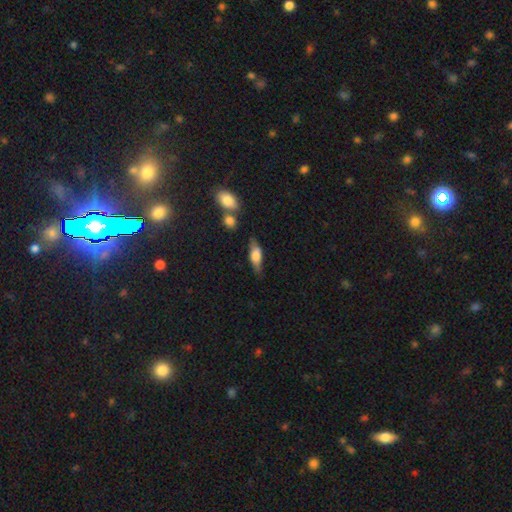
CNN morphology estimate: Smooth or featured?
  - smooth: 56% *
  - featured or disk: 37%
  - star or artifact: 7%
How rounded?
  - in between: 62% *
  - cigar-shaped: 33%
  - round: 4%
Merging?
  - none: 67% *
  - minor disturbance: 21%
  - merger: 6%
  - major disturbance: 6%